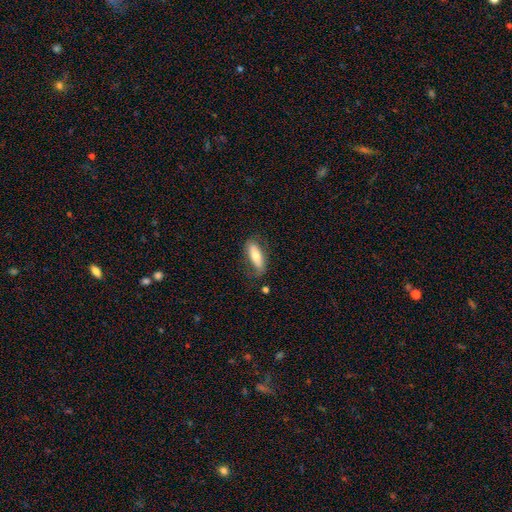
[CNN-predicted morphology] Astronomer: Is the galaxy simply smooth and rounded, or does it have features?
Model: smooth — 66%.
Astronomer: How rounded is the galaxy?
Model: in between — 62%.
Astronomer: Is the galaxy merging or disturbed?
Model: none — 70%.